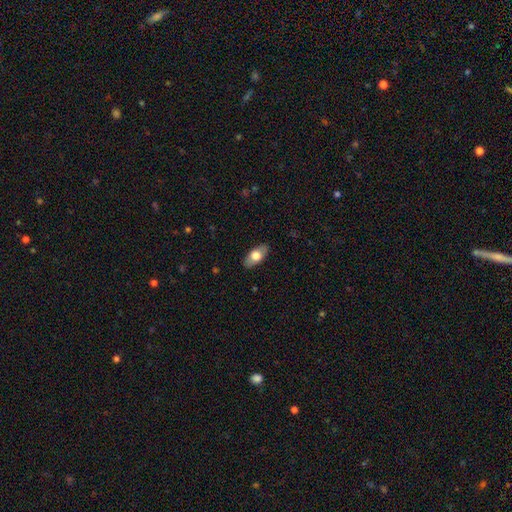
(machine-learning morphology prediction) Q: Smooth or featured?
A: smooth (68%); runner-up: featured or disk (26%)
Q: How rounded?
A: in between (91%); runner-up: cigar-shaped (6%)
Q: Merging?
A: none (87%); runner-up: minor disturbance (10%)